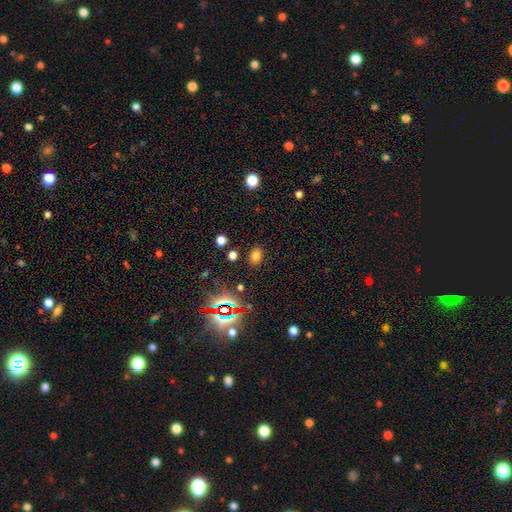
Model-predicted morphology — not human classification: smooth-or-featured: smooth: 71% | star or artifact: 23% | featured or disk: 6%
  how-rounded: in between: 67% | round: 32% | cigar-shaped: 1%
  merging: none: 85% | minor disturbance: 9% | major disturbance: 3% | merger: 3%